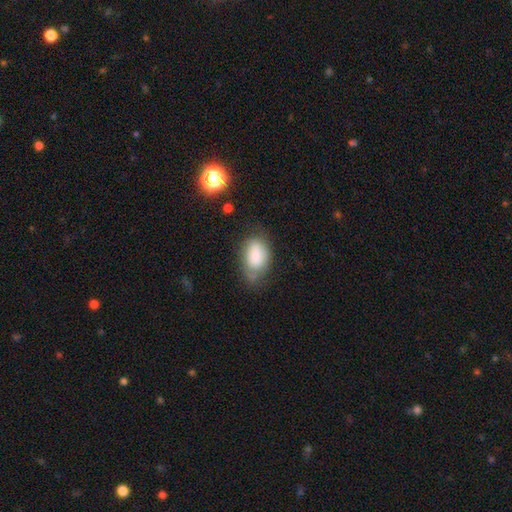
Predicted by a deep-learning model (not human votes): Smooth or featured: smooth — 73% (featured or disk — 19%)
How rounded: in between — 89% (round — 10%)
Merging: none — 51% (minor disturbance — 32%)